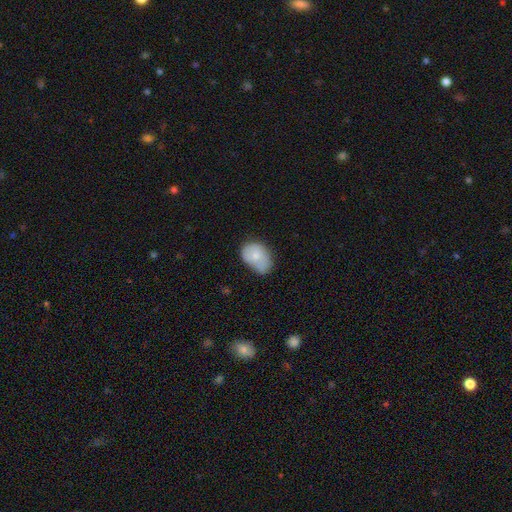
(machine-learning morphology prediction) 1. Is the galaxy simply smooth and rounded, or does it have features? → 74% smooth, 18% featured or disk, 7% star or artifact.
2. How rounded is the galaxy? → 77% in between, 22% round, 1% cigar-shaped.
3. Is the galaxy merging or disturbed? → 42% minor disturbance, 34% none, 15% major disturbance, 9% merger.